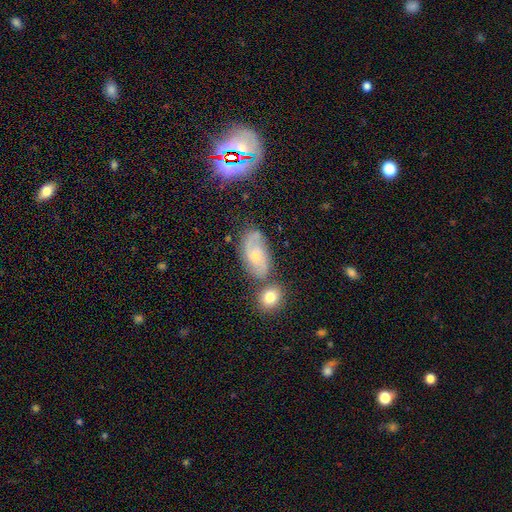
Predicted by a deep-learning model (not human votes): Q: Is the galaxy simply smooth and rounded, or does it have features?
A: featured or disk — 66%.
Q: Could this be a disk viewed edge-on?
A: no — 95%.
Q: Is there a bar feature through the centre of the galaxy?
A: no — 63%.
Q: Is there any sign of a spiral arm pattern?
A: yes — 92%.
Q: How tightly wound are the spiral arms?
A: medium — 46%.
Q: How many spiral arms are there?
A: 2 — 68%.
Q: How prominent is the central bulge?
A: small — 51%.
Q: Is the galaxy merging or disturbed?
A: none — 63%.